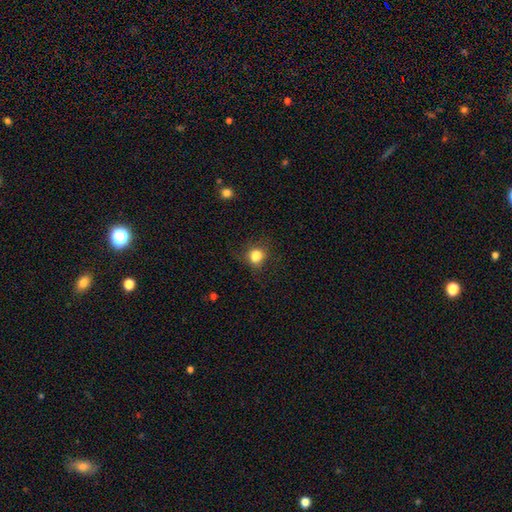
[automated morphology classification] Smooth or featured? smooth (82%)
How rounded? round (77%)
Merging? none (72%)